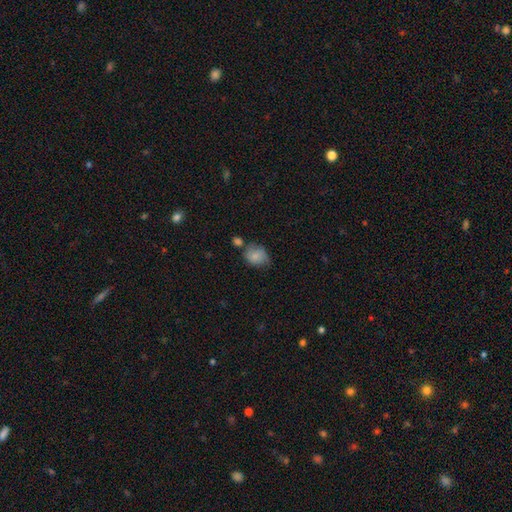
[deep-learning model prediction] A smooth galaxy with no disk features (78%) that is round (54%). Merging: none (49%).